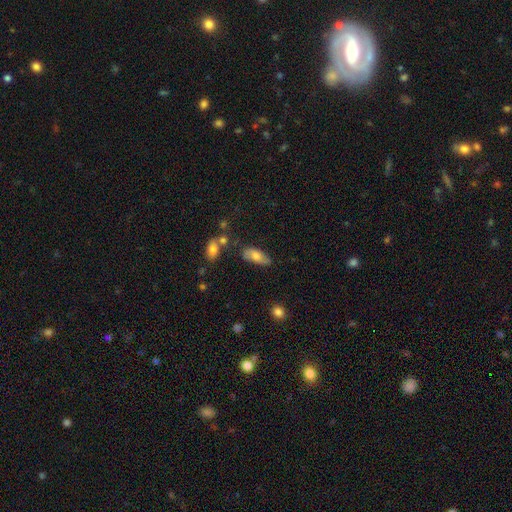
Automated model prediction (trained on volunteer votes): This is likely a smooth galaxy (71%). How rounded: clearly in between (86%). Merging: likely none (63%).